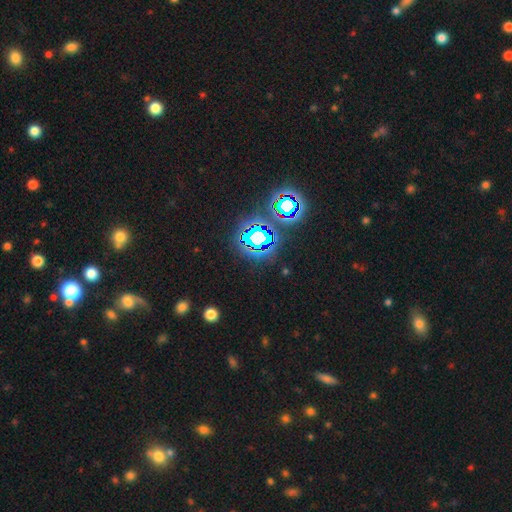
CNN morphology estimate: A star or artifact, not a galaxy (77%).

Vote fractions:
- Smooth or featured? star or artifact: 77% / smooth: 16% / featured or disk: 7%